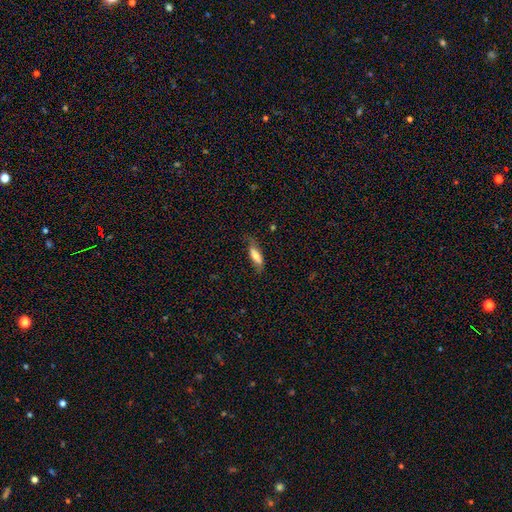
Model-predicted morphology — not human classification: A smooth galaxy with no disk features (68%) that is in between round and cigar-shaped (54%).

Vote fractions:
- Smooth or featured? smooth: 68% / featured or disk: 25% / star or artifact: 6%
- How rounded? in between: 54% / cigar-shaped: 44% / round: 2%
- Merging? none: 65% / minor disturbance: 26% / major disturbance: 8% / merger: 2%